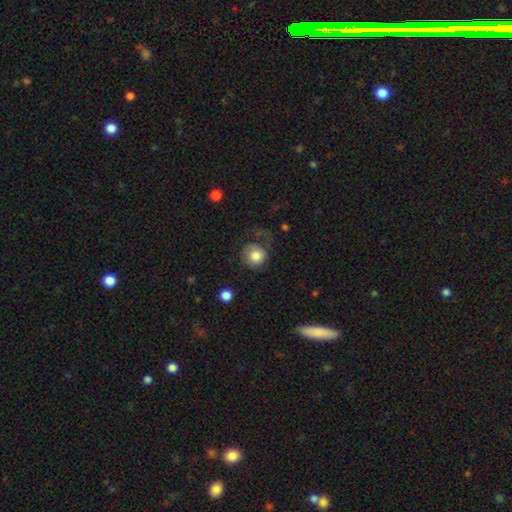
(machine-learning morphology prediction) Q: Smooth or featured?
A: smooth (81%); runner-up: featured or disk (11%)
Q: How rounded?
A: round (87%); runner-up: in between (12%)
Q: Merging?
A: none (50%); runner-up: major disturbance (27%)